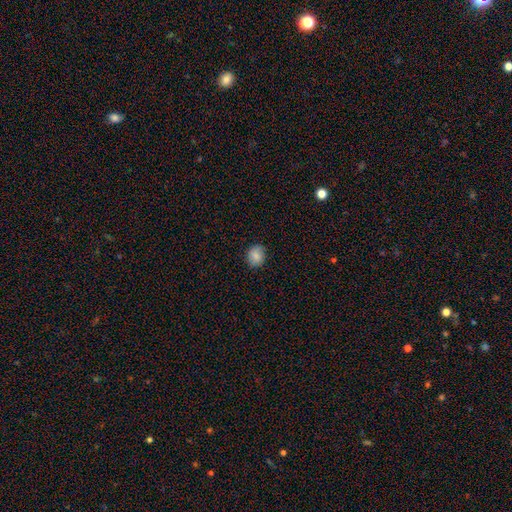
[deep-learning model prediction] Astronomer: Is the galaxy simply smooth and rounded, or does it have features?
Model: smooth — 84%.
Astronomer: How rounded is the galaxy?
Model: round — 64%.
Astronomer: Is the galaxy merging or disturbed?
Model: none — 86%.